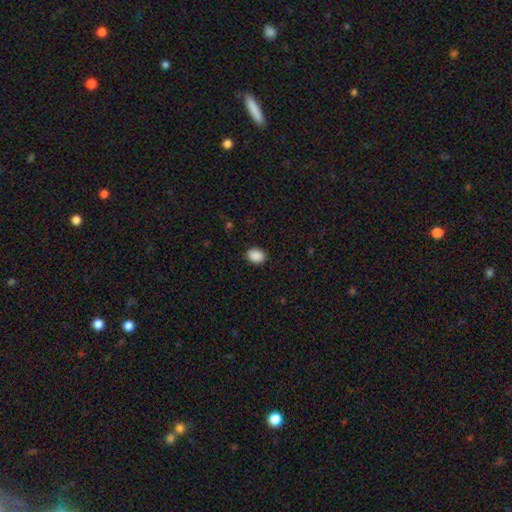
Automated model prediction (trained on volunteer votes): smooth_or_featured: smooth (p=0.90) [alt: star or artifact p=0.08]
how_rounded: in between (p=0.68) [alt: round p=0.31]
merging: none (p=0.89) [alt: minor disturbance p=0.08]